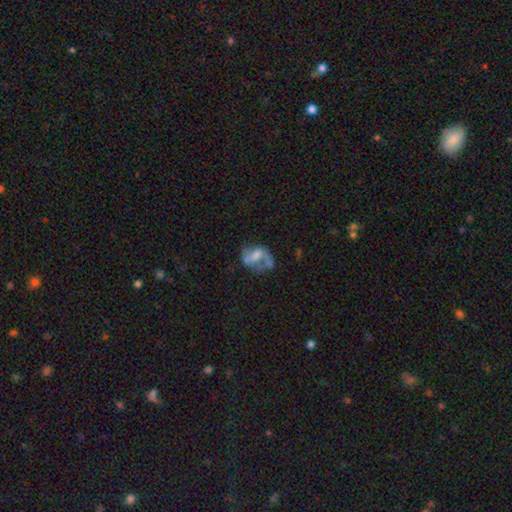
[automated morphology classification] Smooth or featured: featured or disk — 68% (smooth — 23%)
Edge-on disk: no — 97% (yes — 3%)
Bar: weak — 41% (no — 36%)
Spiral arms: yes — 75% (no — 25%)
Bulge size: moderate — 36% (small — 33%)
Merging: none — 46% (major disturbance — 21%)